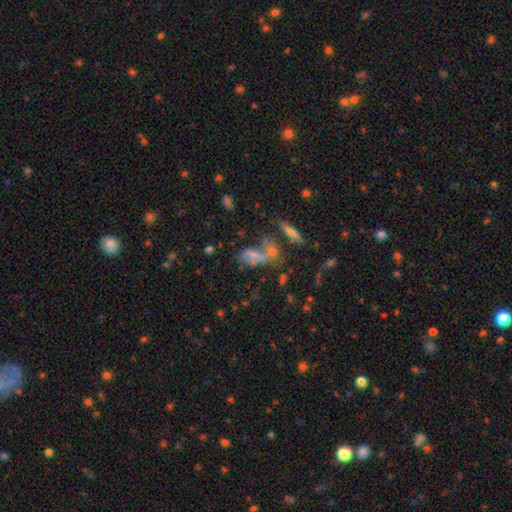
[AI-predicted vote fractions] smooth 47%, featured or disk 31%, star or artifact 22%. Down the decision tree: merging — merger (40%).